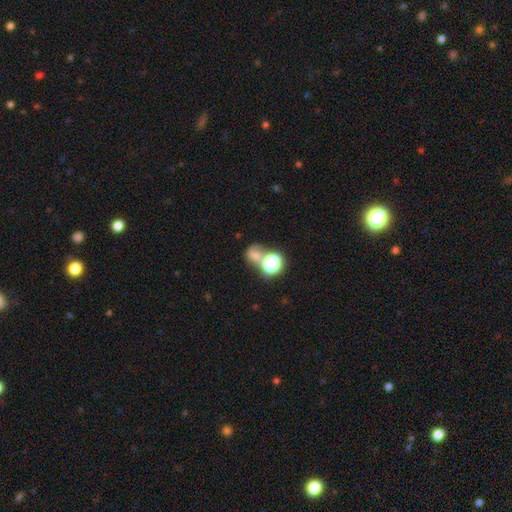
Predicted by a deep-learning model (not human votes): Overall: smooth (55%; star or artifact 29%). How rounded: round (62%; in between 36%). Merging: merger (41%; none 33%).